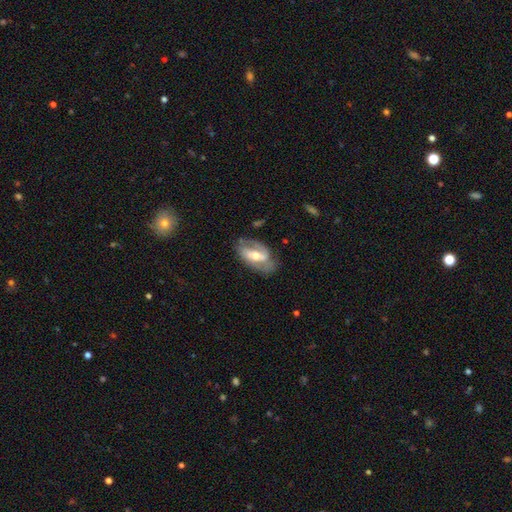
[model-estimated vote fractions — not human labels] A featured or disk galaxy (76%) with a strong bar (39%), 2 (77%) medium (45%) spiral arms (83%) and a moderate central bulge (66%).

Vote fractions:
- Smooth or featured? featured or disk: 76% / smooth: 18% / star or artifact: 6%
- Edge-on disk? no: 94% / yes: 6%
- Bar? strong: 39% / weak: 37% / no: 24%
- Spiral arms? yes: 83% / no: 17%
- Spiral winding? medium: 45% / tight: 31% / loose: 23%
- Spiral arm count? 2: 77% / can't tell: 11% / 1: 9% / 3: 2% / 4: 1% / more than 4: 1%
- Bulge size? moderate: 66% / small: 25% / large: 6% / none: 1% / dominant: 1%
- Merging? none: 67% / minor disturbance: 21% / major disturbance: 10% / merger: 2%